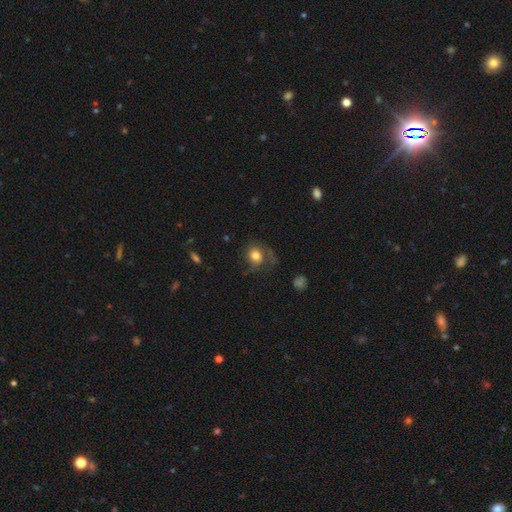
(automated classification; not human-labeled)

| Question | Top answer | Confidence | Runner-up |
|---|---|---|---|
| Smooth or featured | smooth | 69% | featured or disk (22%) |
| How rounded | round | 66% | in between (33%) |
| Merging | none | 49% | major disturbance (25%) |